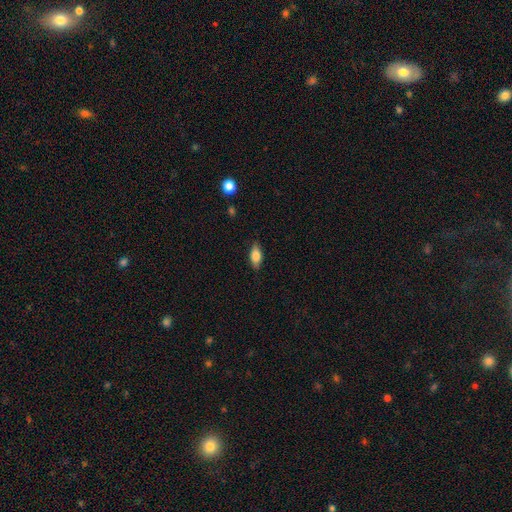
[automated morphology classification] Q: Smooth or featured?
A: smooth (79%); runner-up: featured or disk (14%)
Q: How rounded?
A: in between (84%); runner-up: cigar-shaped (13%)
Q: Merging?
A: none (84%); runner-up: minor disturbance (13%)